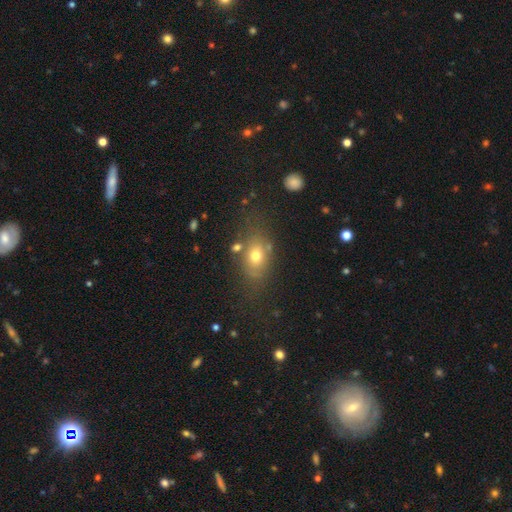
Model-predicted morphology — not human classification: Smooth or featured? Predicted: smooth (p=0.67). How rounded? Predicted: in between (p=0.69). Merging? Predicted: none (p=0.67).